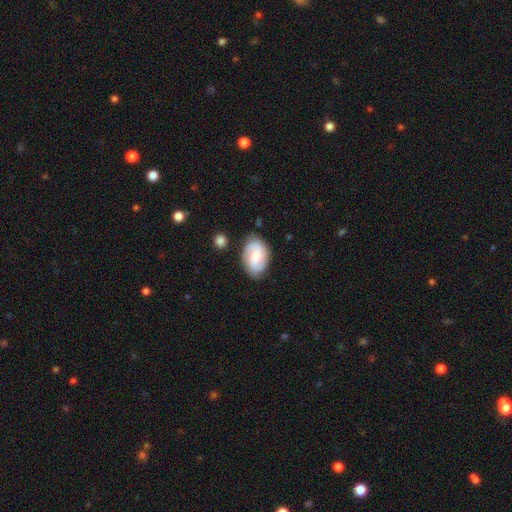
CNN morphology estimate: This is possibly a smooth galaxy (50%). Merging: likely none (76%).